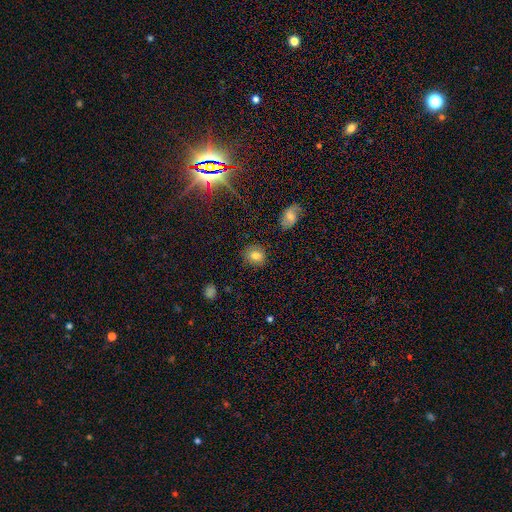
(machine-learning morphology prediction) smooth 78%, star or artifact 11%, featured or disk 11%. Down the decision tree: how rounded — round (71%); merging — none (85%).